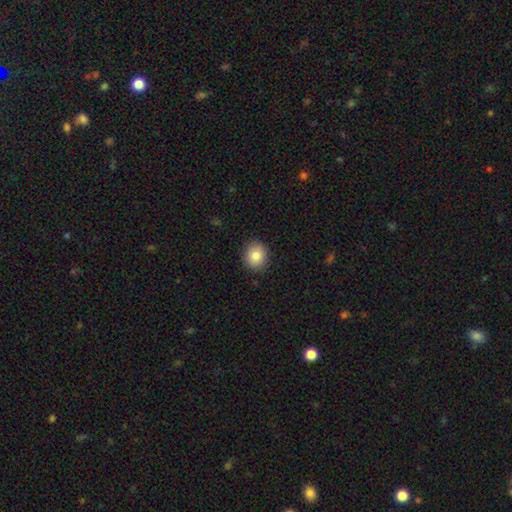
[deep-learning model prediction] smooth-or-featured: smooth: 84% | star or artifact: 9% | featured or disk: 7%
  how-rounded: round: 79% | in between: 20% | cigar-shaped: 1%
  merging: none: 90% | minor disturbance: 7% | major disturbance: 2% | merger: 1%